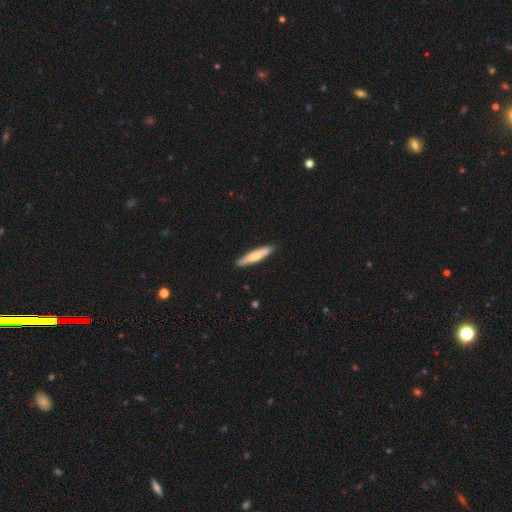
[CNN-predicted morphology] A smooth galaxy with no disk features (69%) that is cigar-shaped (89%). Merging: none (89%).